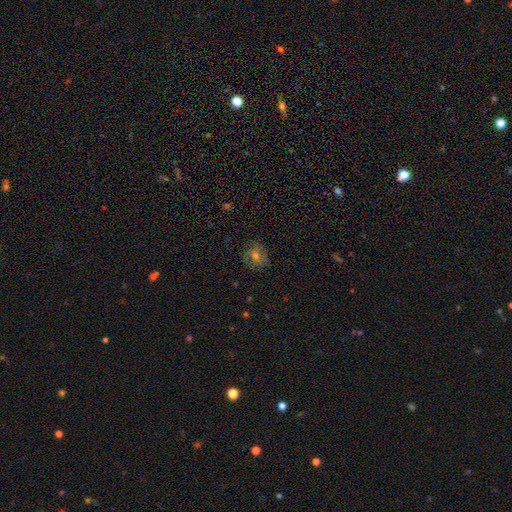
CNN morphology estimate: This is possibly a featured or disk galaxy (59%). It is clearly not viewed edge-on (97%). Bar: possibly no (46%). Spiral arm pattern: clearly yes (85%). Central bulge: likely moderate (61%). Merging: likely none (79%).